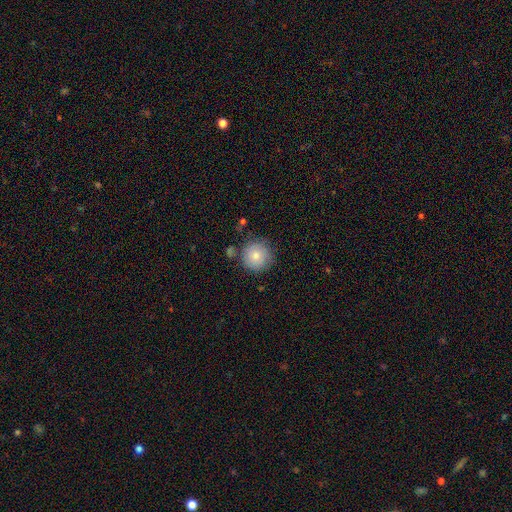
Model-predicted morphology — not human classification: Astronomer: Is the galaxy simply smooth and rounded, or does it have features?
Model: smooth — 77%.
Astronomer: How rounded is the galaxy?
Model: round — 95%.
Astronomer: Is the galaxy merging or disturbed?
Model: none — 79%.